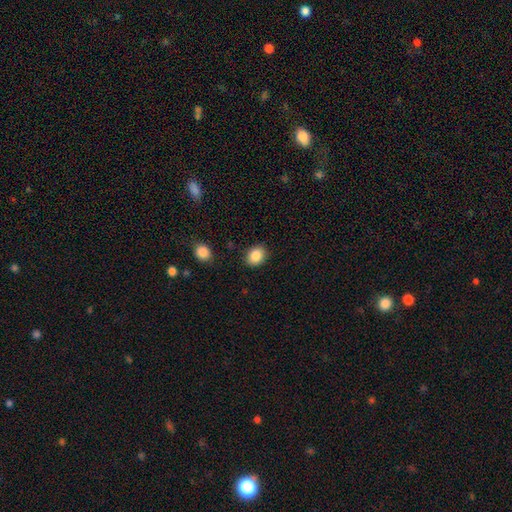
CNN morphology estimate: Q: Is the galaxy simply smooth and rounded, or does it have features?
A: smooth — 86%.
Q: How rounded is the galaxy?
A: in between — 51%.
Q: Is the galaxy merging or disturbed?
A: none — 86%.